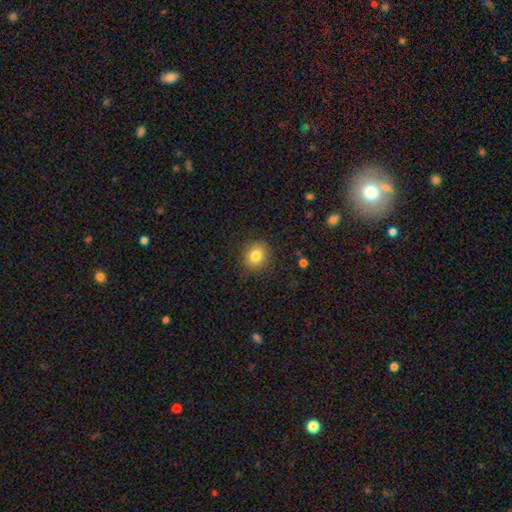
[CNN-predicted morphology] This is clearly a smooth galaxy (82%). How rounded: clearly round (82%). Merging: clearly none (86%).